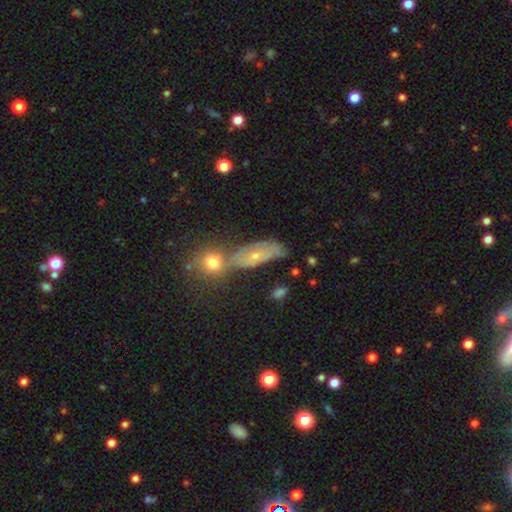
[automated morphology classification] Smooth or featured?
  - featured or disk: 47% *
  - smooth: 41%
  - star or artifact: 12%
Merging?
  - none: 47% *
  - minor disturbance: 22%
  - merger: 21%
  - major disturbance: 9%